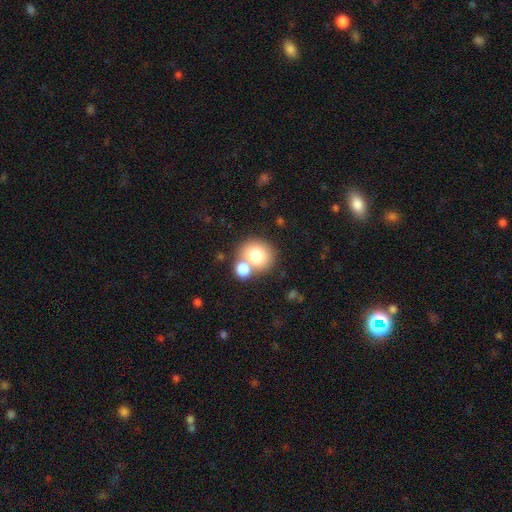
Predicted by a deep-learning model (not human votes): The model was most divided on "merging": none: 56%, merger: 32%, minor disturbance: 9%, major disturbance: 3%. More confident: how rounded — round (80%); smooth or featured — smooth (76%).